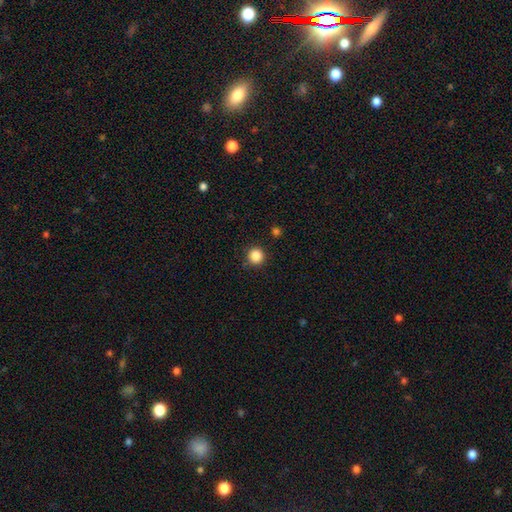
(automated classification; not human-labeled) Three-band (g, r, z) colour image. It shows a smooth galaxy with no disk features (86%) that is round (95%). Merging: none (90%).